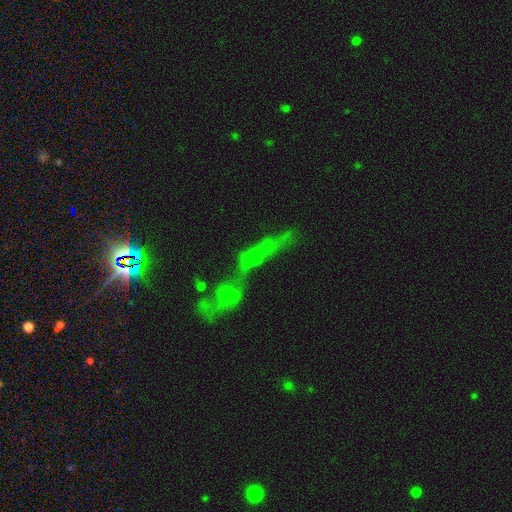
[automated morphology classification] Smooth or featured: smooth — 41% (featured or disk — 38%)
Merging: merger — 65% (none — 15%)